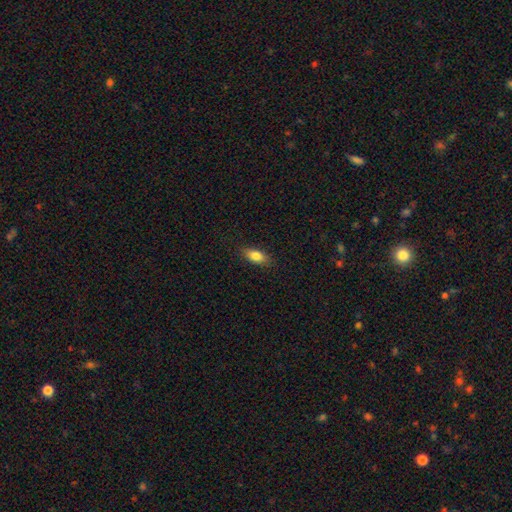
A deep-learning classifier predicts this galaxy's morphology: A smooth galaxy with no disk features (82%) that is in between round and cigar-shaped (83%). Merging: none (87%).